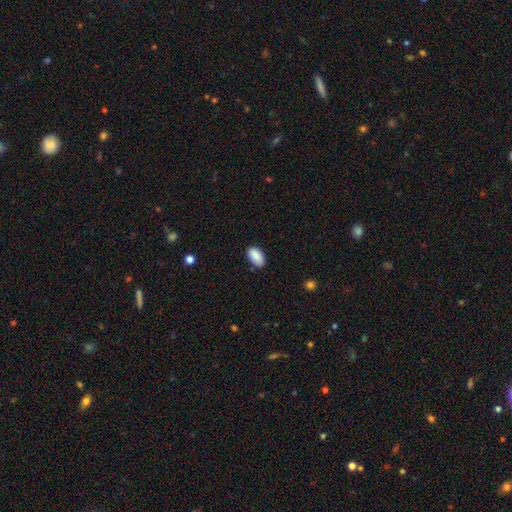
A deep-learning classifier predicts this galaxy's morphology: smooth-or-featured: smooth: 89% | star or artifact: 7% | featured or disk: 4%
  how-rounded: in between: 94% | round: 3% | cigar-shaped: 2%
  merging: none: 82% | minor disturbance: 14% | major disturbance: 2% | merger: 1%